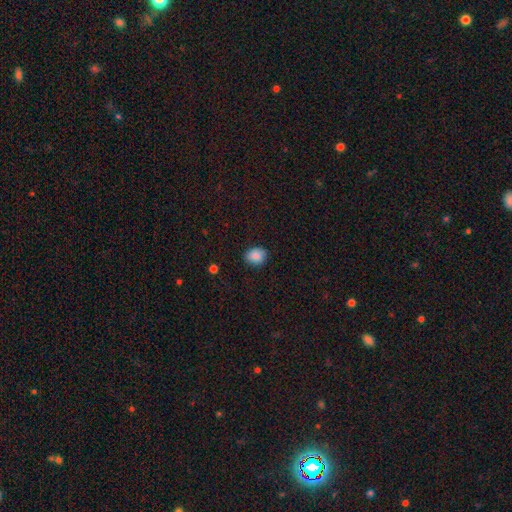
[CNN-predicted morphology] A smooth galaxy with no disk features (86%) that is in between round and cigar-shaped (54%).

Vote fractions:
- Smooth or featured? smooth: 86% / star or artifact: 9% / featured or disk: 5%
- How rounded? in between: 54% / round: 45% / cigar-shaped: 1%
- Merging? none: 83% / minor disturbance: 13% / major disturbance: 3% / merger: 1%